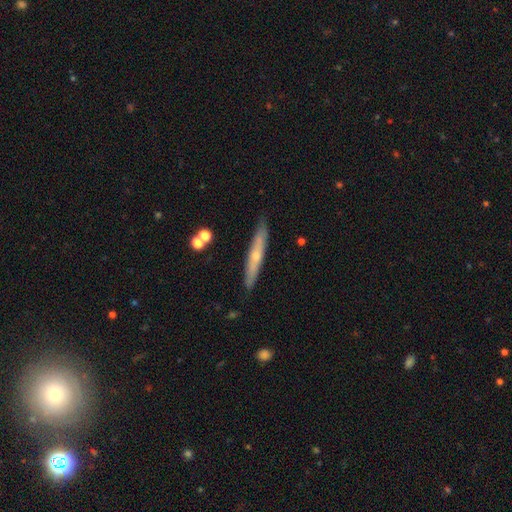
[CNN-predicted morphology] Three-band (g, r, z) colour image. It shows a featured or disk galaxy (54%) viewed edge-on (89%). Merging: none (86%).